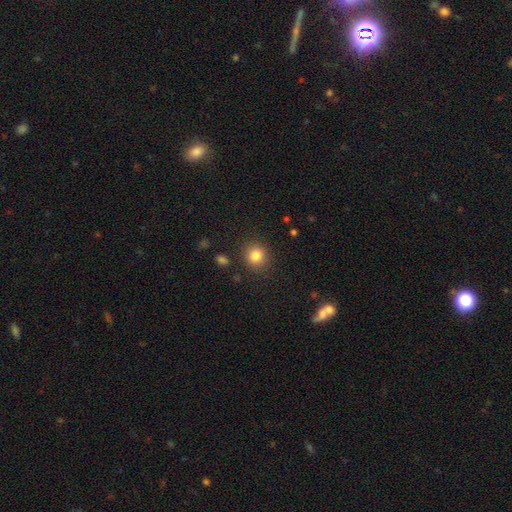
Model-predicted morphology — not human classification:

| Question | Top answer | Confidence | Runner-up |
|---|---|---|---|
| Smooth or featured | smooth | 83% | star or artifact (11%) |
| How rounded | round | 88% | in between (11%) |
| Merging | none | 87% | minor disturbance (8%) |